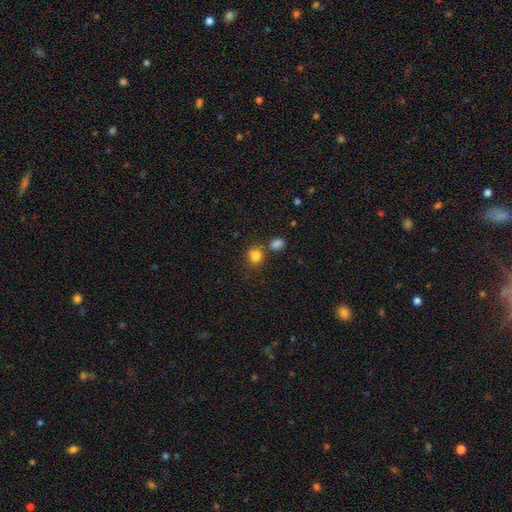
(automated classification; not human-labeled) smooth 84%, star or artifact 11%, featured or disk 5%. Down the decision tree: how rounded — round (79%); merging — none (72%).